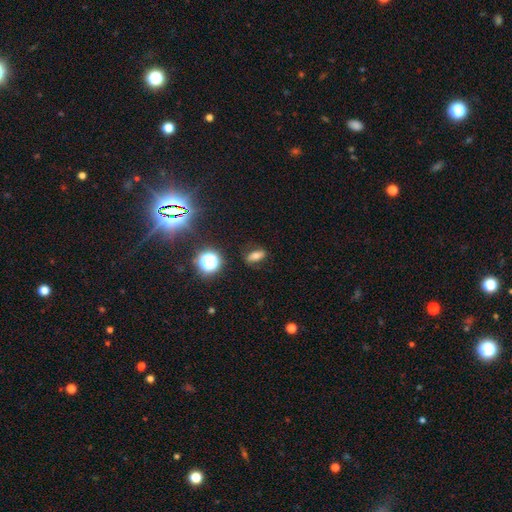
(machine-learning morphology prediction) Smooth or featured? smooth (64%)
How rounded? in between (70%)
Merging? none (83%)